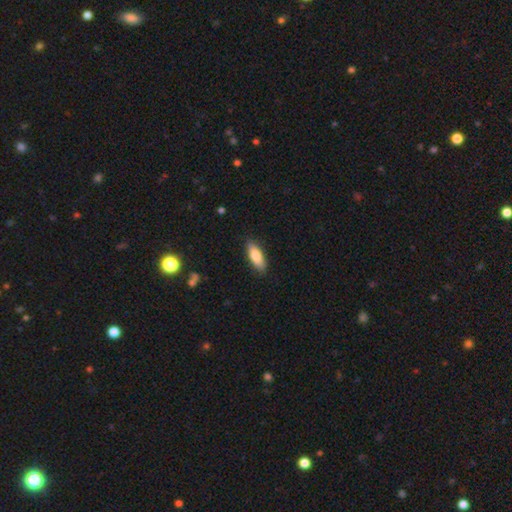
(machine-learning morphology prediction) This appears to be a smooth galaxy with no disk features (79%) that is in between round and cigar-shaped (66%). Merging: none (88%).